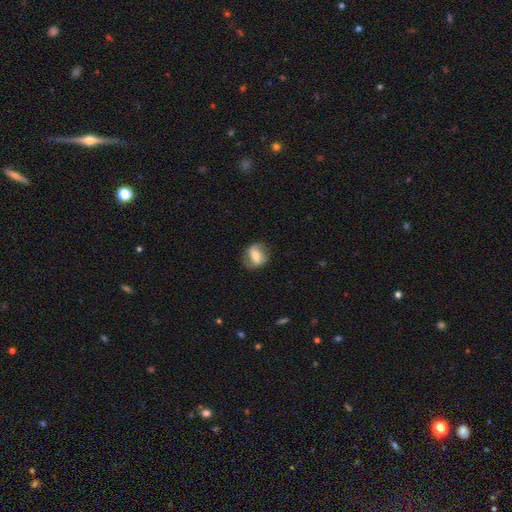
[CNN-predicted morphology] Q: Smooth or featured?
A: featured or disk (53%); runner-up: smooth (40%)
Q: Edge-on disk?
A: no (93%); runner-up: yes (7%)
Q: Merging?
A: none (74%); runner-up: minor disturbance (17%)